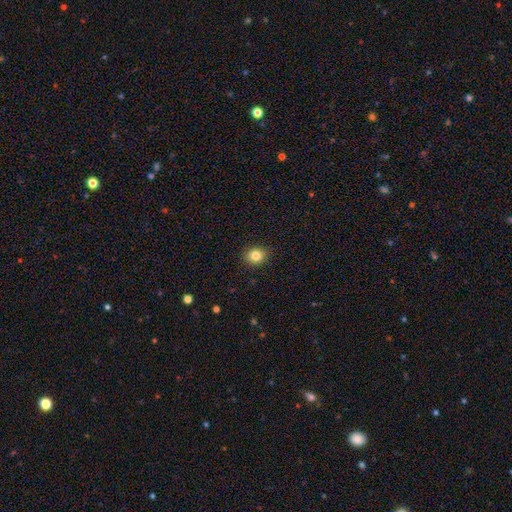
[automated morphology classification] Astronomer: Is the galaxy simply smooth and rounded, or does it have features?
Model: smooth — 83%.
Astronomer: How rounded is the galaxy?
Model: round — 71%.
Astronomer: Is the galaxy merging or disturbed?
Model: none — 89%.